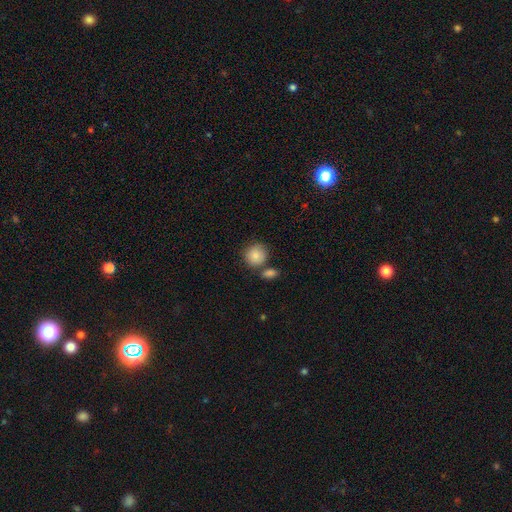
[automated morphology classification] smooth_or_featured: smooth (p=0.85) [alt: star or artifact p=0.08]
how_rounded: round (p=0.88) [alt: in between p=0.11]
merging: none (p=0.66) [alt: merger p=0.19]